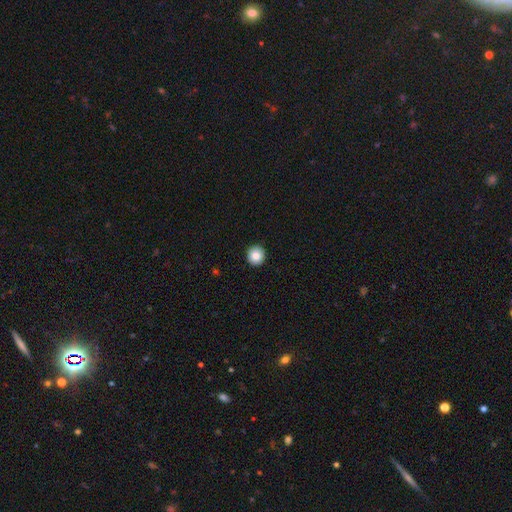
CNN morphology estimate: The model was most divided on "smooth or featured": smooth: 84%, star or artifact: 9%, featured or disk: 8%. More confident: merging — none (93%); how rounded — round (92%).